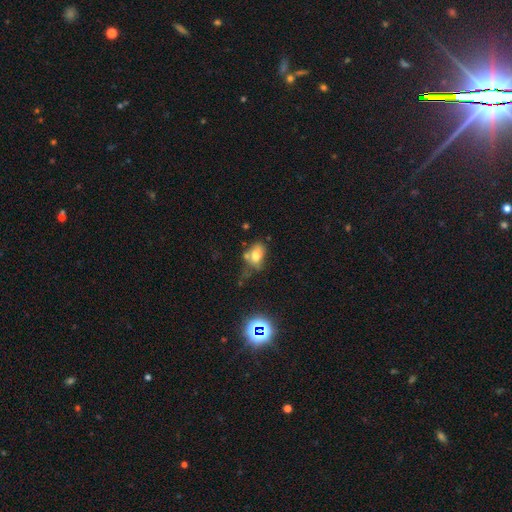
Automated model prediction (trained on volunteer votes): The model was most divided on "merging": none: 38%, minor disturbance: 26%, merger: 23%, major disturbance: 14%. More confident: how rounded — in between (79%); smooth or featured — smooth (69%).